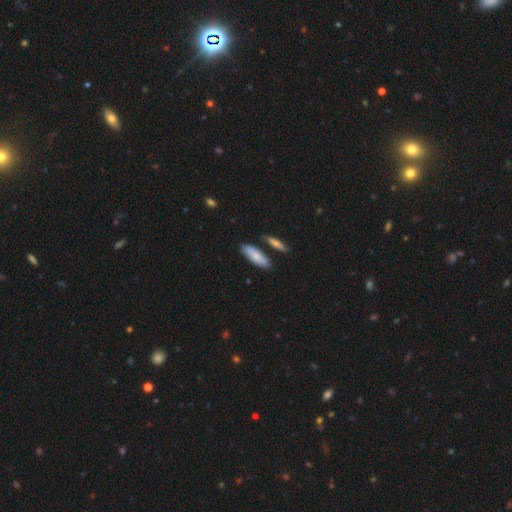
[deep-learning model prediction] Overall: smooth (76%). How rounded: in between (61%; cigar-shaped 37%). Merging: none (72%).